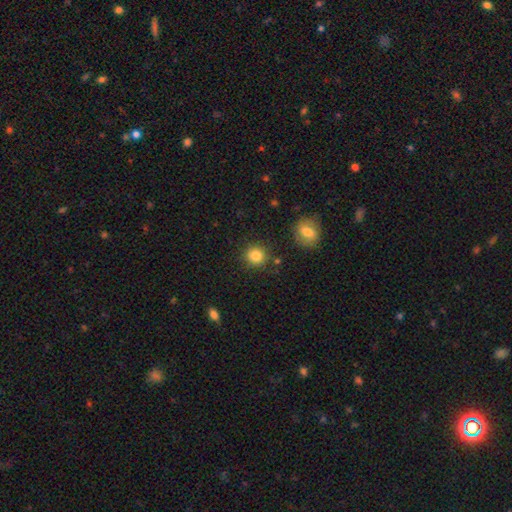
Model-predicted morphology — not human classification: Overall: smooth (84%). How rounded: round (89%). Merging: none (85%).